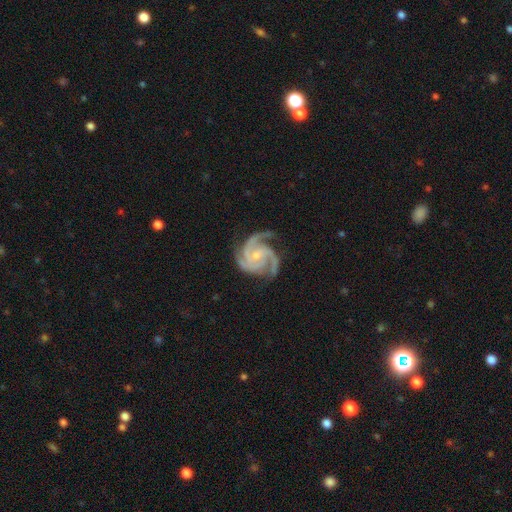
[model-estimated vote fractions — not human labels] Smooth or featured? featured or disk (94%)
Edge-on disk? no (99%)
Bar? no (64%)
Spiral arms? yes (99%)
Spiral winding? tight (54%)
Spiral arm count? 3 (71%)
Bulge size? small (70%)
Merging? none (75%)